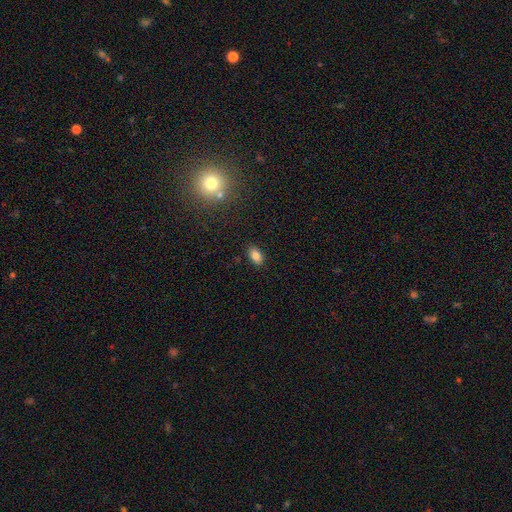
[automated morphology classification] This appears to be a smooth galaxy with no disk features (83%) that is in between round and cigar-shaped (90%). Merging: none (87%).